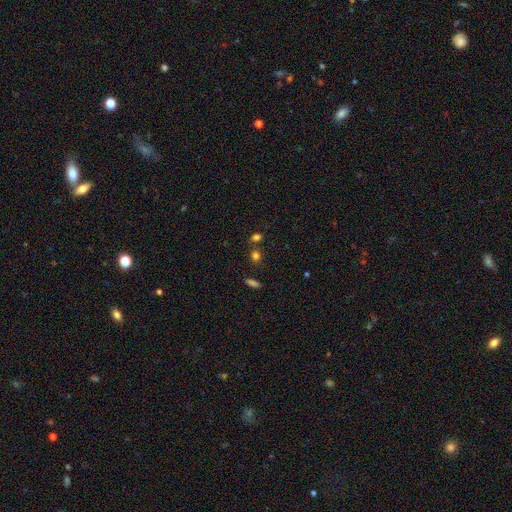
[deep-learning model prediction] The model was most divided on "how rounded": round: 64%, in between: 33%, cigar-shaped: 3%. More confident: smooth or featured — smooth (75%); merging — none (71%).